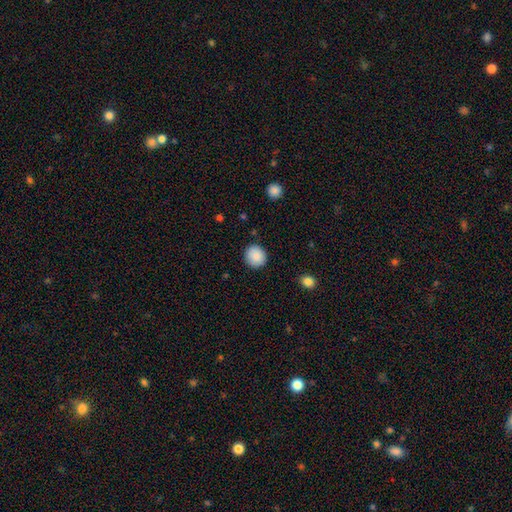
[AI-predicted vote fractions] Morphology: type=smooth (88%); roundness=round (88%); merging=none (89%).